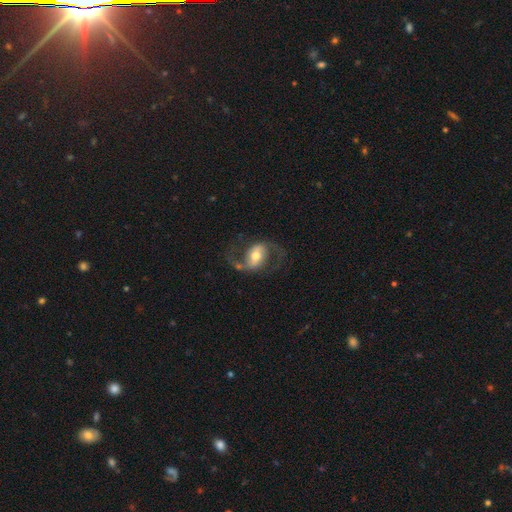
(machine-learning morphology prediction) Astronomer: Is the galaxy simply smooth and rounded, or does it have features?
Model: featured or disk — 81%.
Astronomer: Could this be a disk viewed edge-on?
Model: no — 97%.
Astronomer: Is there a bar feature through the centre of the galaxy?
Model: weak — 39% (runner-up: no, 30%).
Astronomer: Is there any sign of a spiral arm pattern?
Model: yes — 92%.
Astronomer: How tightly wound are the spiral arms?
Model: loose — 48% (runner-up: medium, 44%).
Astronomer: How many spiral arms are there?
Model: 2 — 91%.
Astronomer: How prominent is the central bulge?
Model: moderate — 67%.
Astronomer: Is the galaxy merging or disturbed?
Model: none — 70%.